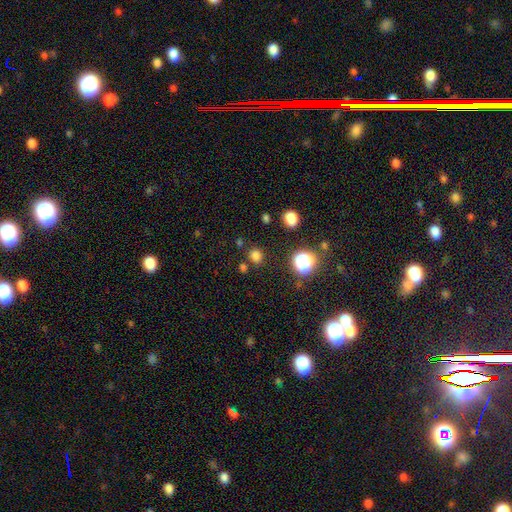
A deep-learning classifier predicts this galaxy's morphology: smooth 74%, star or artifact 21%, featured or disk 5%. Down the decision tree: how rounded — round (80%); merging — none (80%).